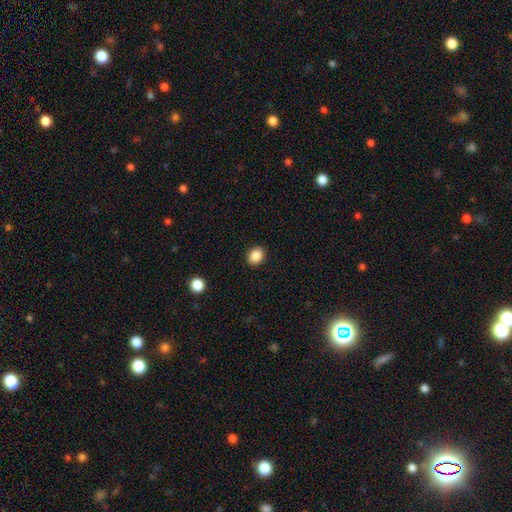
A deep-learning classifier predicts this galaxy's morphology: The model was most divided on "how rounded": in between: 56%, round: 43%, cigar-shaped: 1%. More confident: merging — none (91%); smooth or featured — smooth (88%).